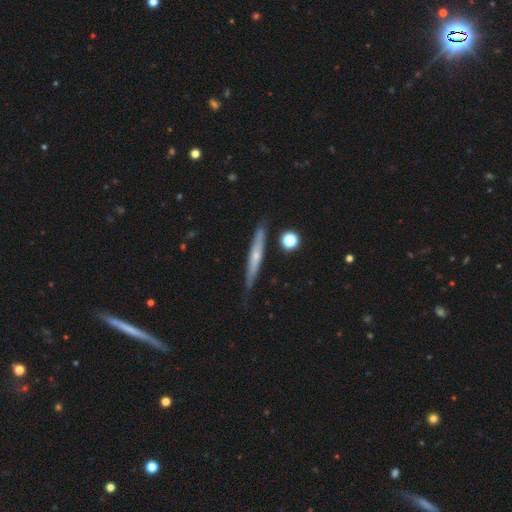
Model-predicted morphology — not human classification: Smooth or featured? Predicted: featured or disk (p=0.55). Edge-on disk? Predicted: yes (p=0.92). Edge-on bulge? Predicted: rounded (p=0.50). Merging? Predicted: none (p=0.82).